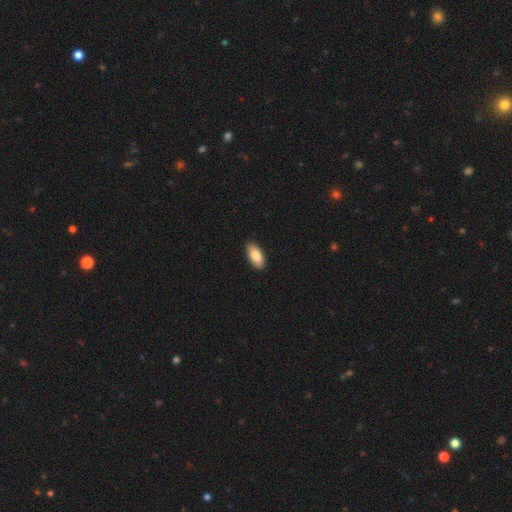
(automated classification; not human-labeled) A smooth galaxy with no disk features (87%) that is in between round and cigar-shaped (92%).

Vote fractions:
- Smooth or featured? smooth: 87% / featured or disk: 7% / star or artifact: 6%
- How rounded? in between: 92% / cigar-shaped: 6% / round: 2%
- Merging? none: 90% / minor disturbance: 8% / major disturbance: 2% / merger: 1%